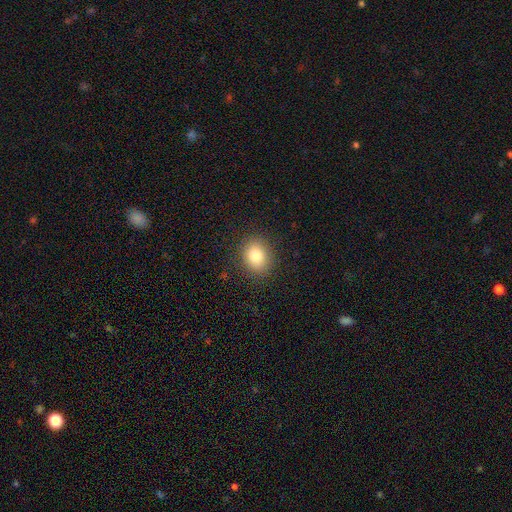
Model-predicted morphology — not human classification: Smooth or featured? Predicted: smooth (p=0.82). How rounded? Predicted: round (p=0.56). Merging? Predicted: none (p=0.87).